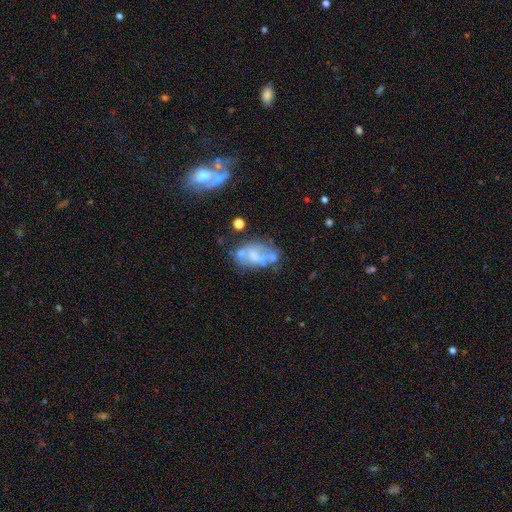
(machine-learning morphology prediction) Smooth or featured? Predicted: featured or disk (p=0.56). Edge-on disk? Predicted: no (p=0.96). Bar? Predicted: no (p=0.84). Spiral arms? Predicted: no (p=0.86). Bulge size? Predicted: none (p=0.44). Merging? Predicted: none (p=0.38).